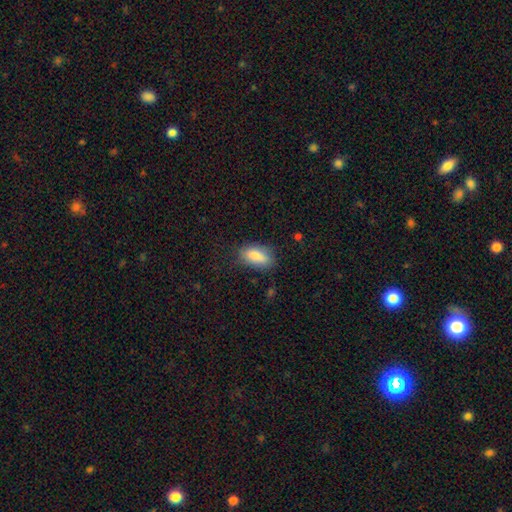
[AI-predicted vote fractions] A smooth galaxy with no disk features (84%) that is in between round and cigar-shaped (88%). Merging: none (72%).